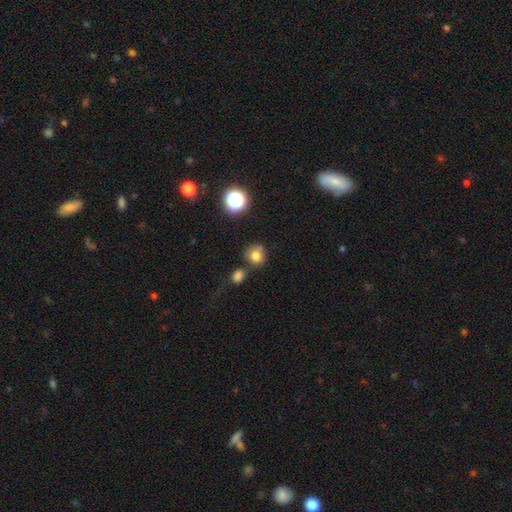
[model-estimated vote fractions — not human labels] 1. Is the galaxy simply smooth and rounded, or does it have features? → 77% smooth, 14% star or artifact, 9% featured or disk.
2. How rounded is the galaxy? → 84% round, 15% in between, 1% cigar-shaped.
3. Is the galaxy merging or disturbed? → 66% none, 15% minor disturbance, 14% merger, 5% major disturbance.